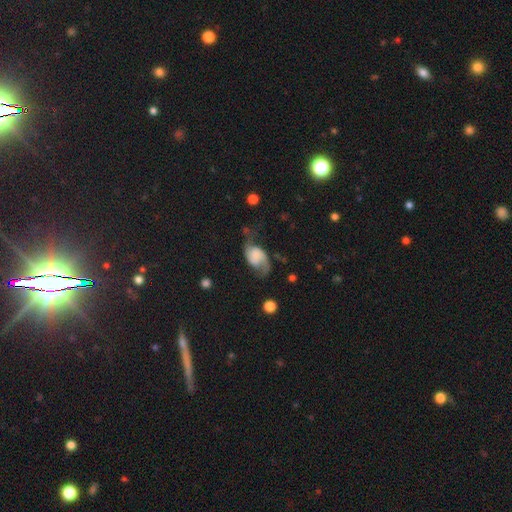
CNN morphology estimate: The model was most divided on "bulge size": none: 41%, large: 20%, small: 16%, dominant: 12%, moderate: 11%. More confident: edge-on disk — no (97%); spiral arms — yes (93%); spiral arm count — 2 (91%); smooth or featured — featured or disk (72%); bar — no (63%); spiral winding — loose (59%); merging — none (54%).